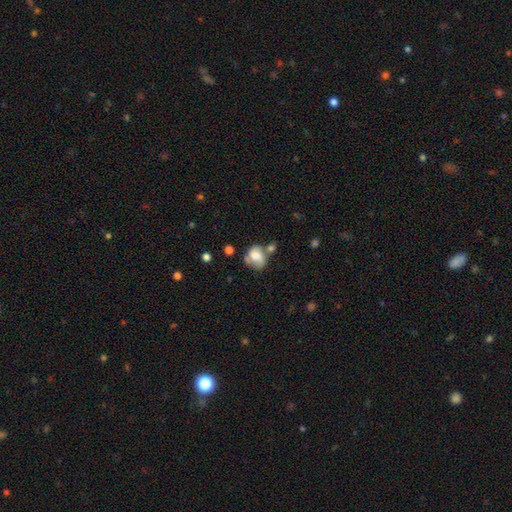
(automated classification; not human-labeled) Smooth or featured? smooth (55%)
How rounded? in between (51%)
Merging? none (35%)